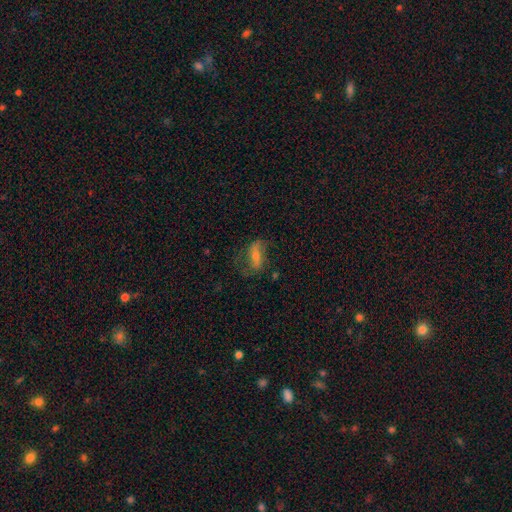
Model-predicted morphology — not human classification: Smooth or featured? featured or disk (54%)
Edge-on disk? no (89%)
Merging? none (59%)